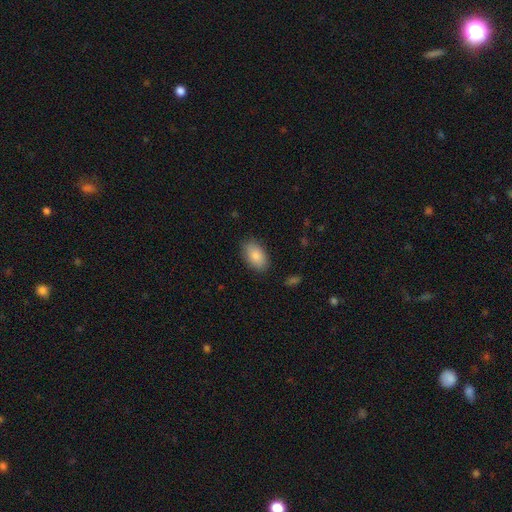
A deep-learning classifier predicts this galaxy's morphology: Smooth or featured? Predicted: smooth (p=0.86). How rounded? Predicted: in between (p=0.93). Merging? Predicted: none (p=0.86).